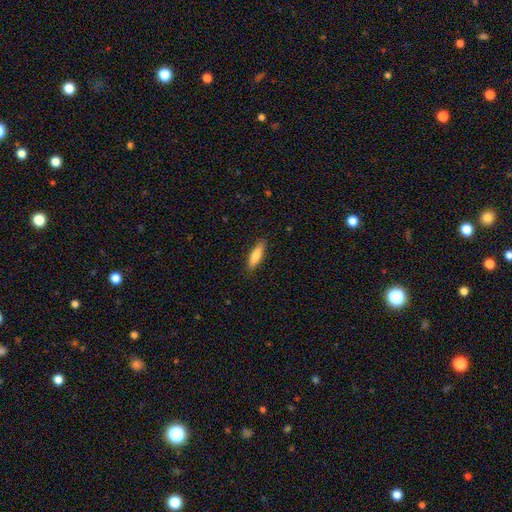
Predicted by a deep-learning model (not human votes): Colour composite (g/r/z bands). It shows a smooth galaxy with no disk features (78%) that is cigar-shaped (57%). Merging: none (88%).